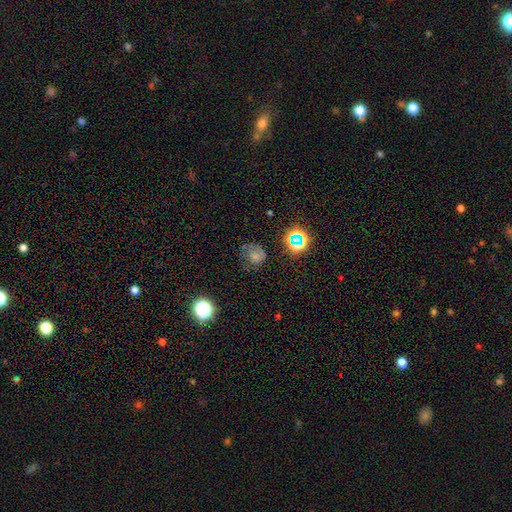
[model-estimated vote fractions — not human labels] Smooth or featured: smooth — 51% (featured or disk — 26%)
How rounded: round — 72% (in between — 27%)
Merging: none — 46% (minor disturbance — 27%)